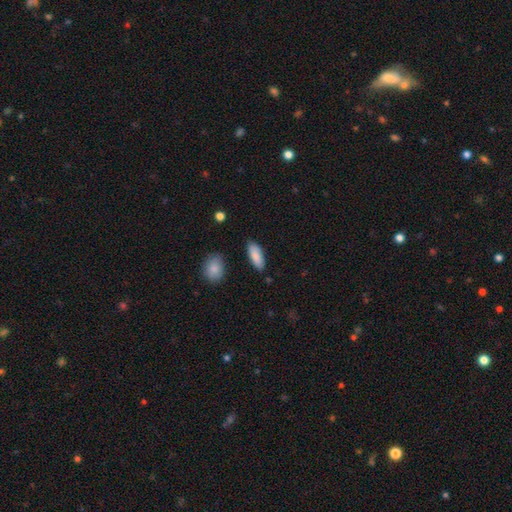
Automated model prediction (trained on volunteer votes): smooth-or-featured: smooth: 86% | featured or disk: 8% | star or artifact: 6%
  how-rounded: in between: 77% | cigar-shaped: 21% | round: 2%
  merging: none: 84% | minor disturbance: 11% | major disturbance: 2% | merger: 2%